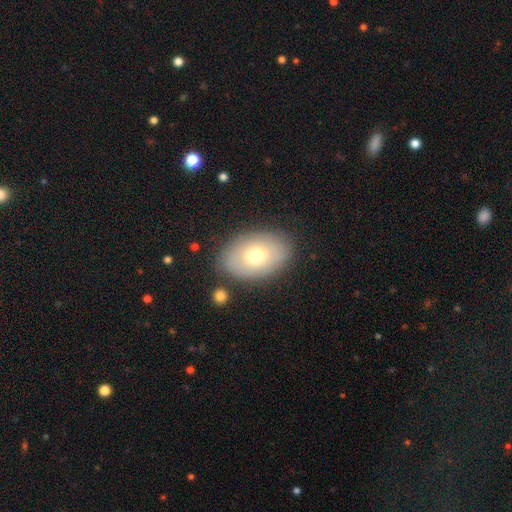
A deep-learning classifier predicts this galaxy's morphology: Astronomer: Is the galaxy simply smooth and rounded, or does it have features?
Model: smooth — 68%.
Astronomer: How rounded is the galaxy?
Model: in between — 87%.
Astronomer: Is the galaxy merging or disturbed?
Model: none — 82%.